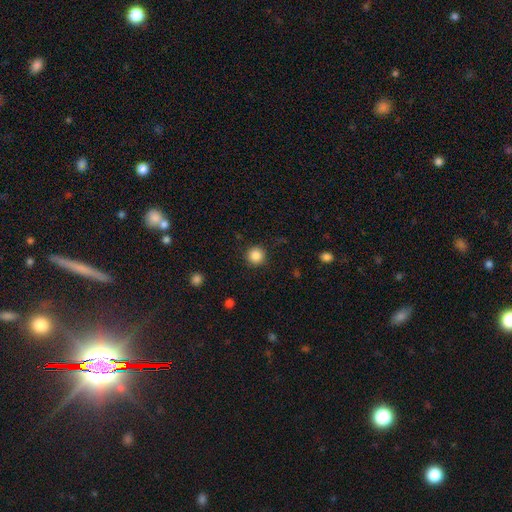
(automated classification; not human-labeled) Smooth or featured? smooth (86%)
How rounded? round (95%)
Merging? none (91%)